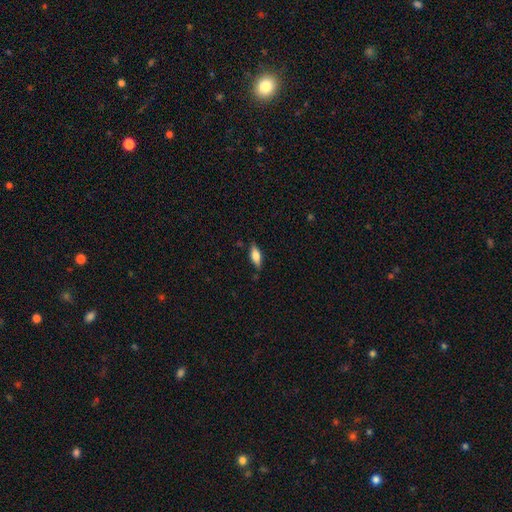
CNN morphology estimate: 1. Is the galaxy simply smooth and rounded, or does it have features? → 65% smooth, 28% featured or disk, 7% star or artifact.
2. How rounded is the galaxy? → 72% in between, 25% cigar-shaped, 3% round.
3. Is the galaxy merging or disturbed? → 80% none, 15% minor disturbance, 3% major disturbance, 1% merger.